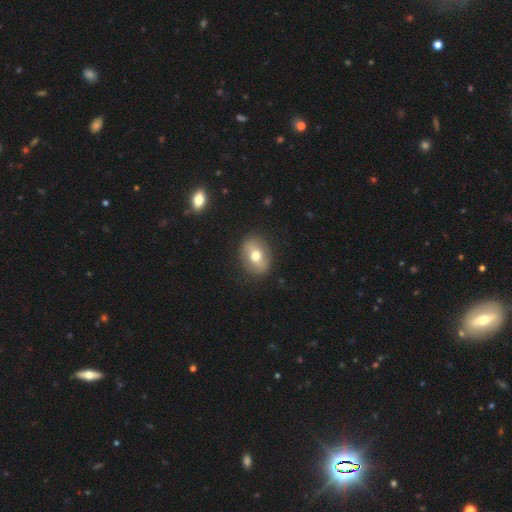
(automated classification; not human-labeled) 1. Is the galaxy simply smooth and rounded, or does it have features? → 52% smooth, 40% featured or disk, 7% star or artifact.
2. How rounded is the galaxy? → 60% in between, 39% round, 2% cigar-shaped.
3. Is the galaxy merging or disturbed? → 85% none, 11% minor disturbance, 4% major disturbance, 1% merger.